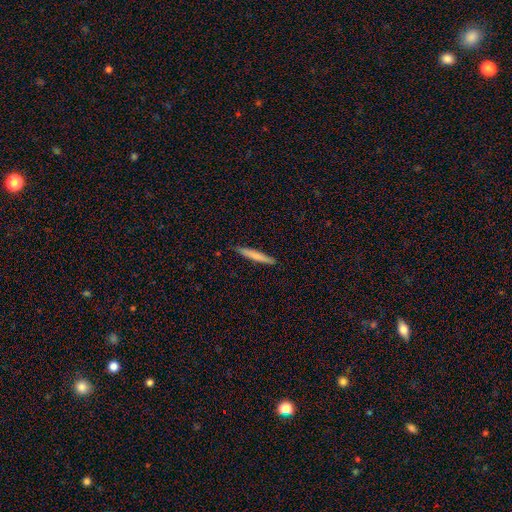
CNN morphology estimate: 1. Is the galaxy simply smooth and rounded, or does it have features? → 72% smooth, 22% featured or disk, 6% star or artifact.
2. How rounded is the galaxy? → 95% cigar-shaped, 3% in between, 1% round.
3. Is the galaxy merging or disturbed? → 89% none, 8% minor disturbance, 1% major disturbance, 1% merger.